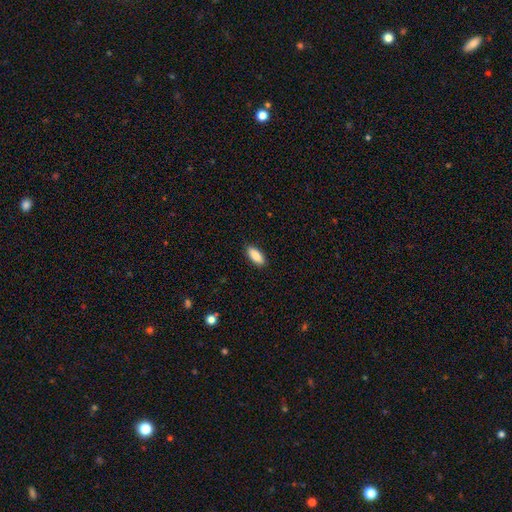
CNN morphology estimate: This appears to be a smooth galaxy with no disk features (88%) that is in between round and cigar-shaped (80%). Merging: none (89%).